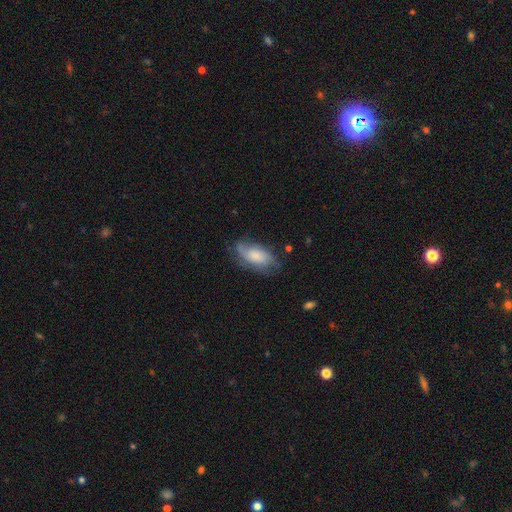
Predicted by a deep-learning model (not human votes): The model was most divided on "smooth or featured": featured or disk: 52%, smooth: 40%, star or artifact: 7%. More confident: edge-on disk — no (92%); merging — none (61%).